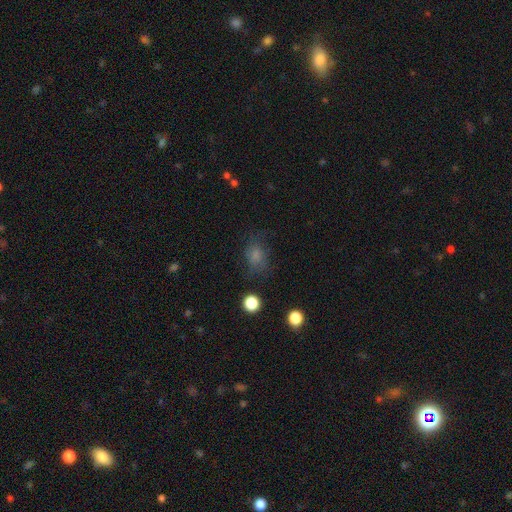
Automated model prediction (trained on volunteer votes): The model was most divided on "how rounded": in between: 54%, round: 45%, cigar-shaped: 2%. More confident: smooth or featured — smooth (73%); merging — none (64%).